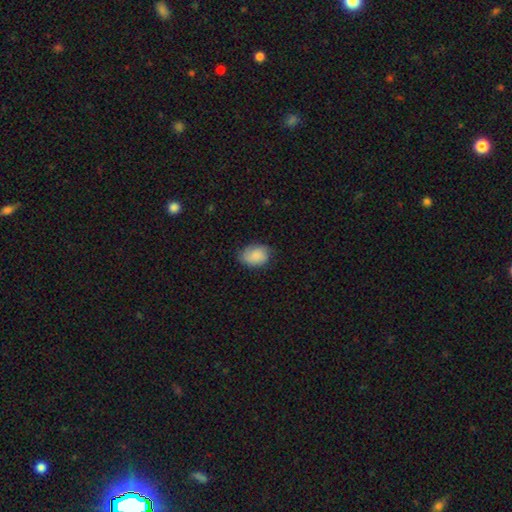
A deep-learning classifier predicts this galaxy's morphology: A smooth galaxy with no disk features (83%) that is in between round and cigar-shaped (75%). Merging: none (71%).